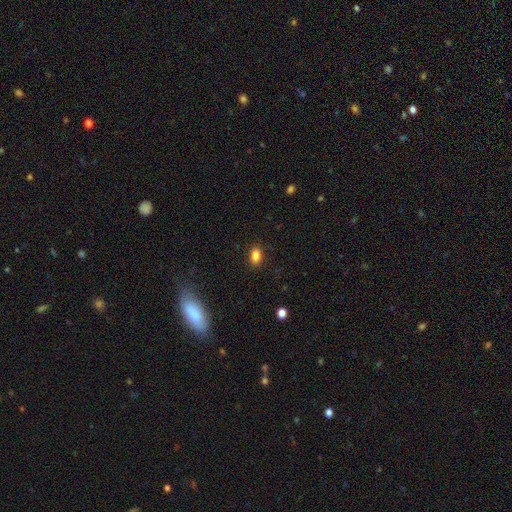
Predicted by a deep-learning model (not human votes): Morphology: type=smooth (84%); roundness=in between (85%); merging=none (87%).